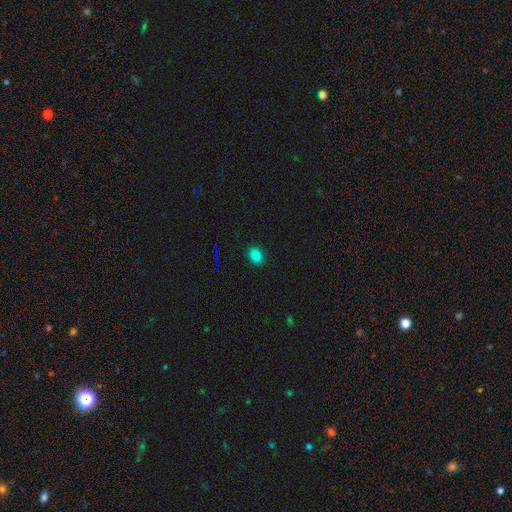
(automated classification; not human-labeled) Overall: smooth (82%). How rounded: in between (61%; round 38%). Merging: none (90%).